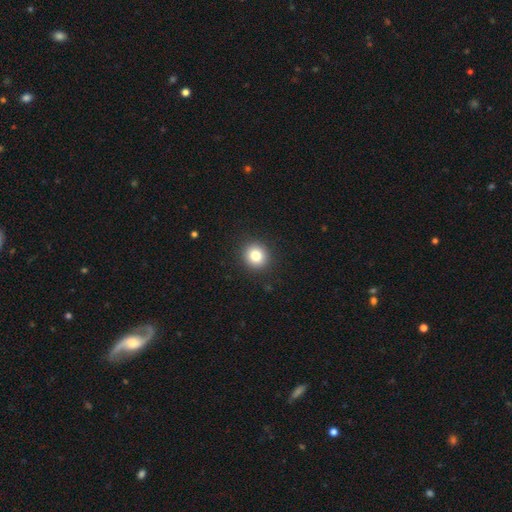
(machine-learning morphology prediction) smooth 82%, star or artifact 11%, featured or disk 8%. Down the decision tree: how rounded — round (88%); merging — none (91%).